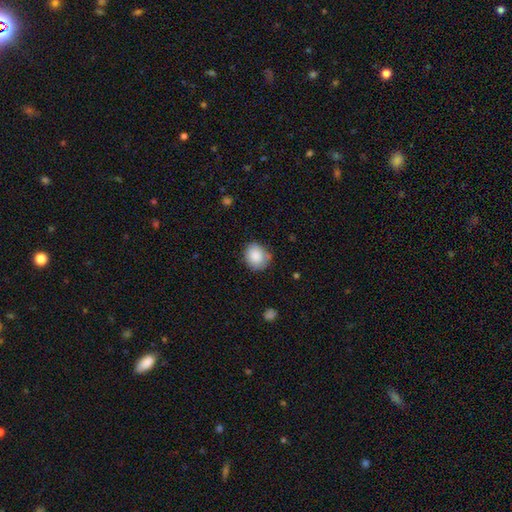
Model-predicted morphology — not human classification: A smooth galaxy with no disk features (86%) that is round (70%).

Vote fractions:
- Smooth or featured? smooth: 86% / star or artifact: 8% / featured or disk: 6%
- How rounded? round: 70% / in between: 29% / cigar-shaped: 1%
- Merging? none: 73% / minor disturbance: 21% / major disturbance: 4% / merger: 2%